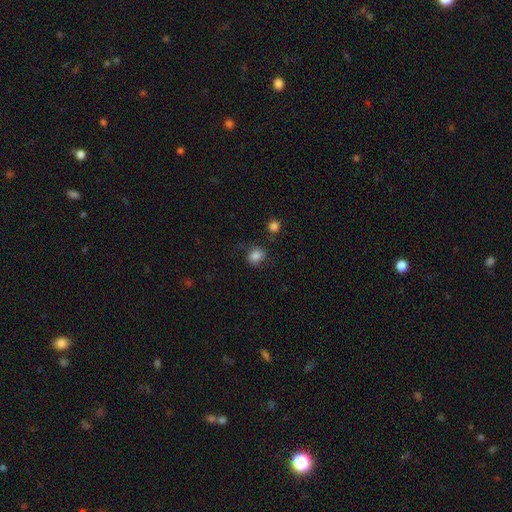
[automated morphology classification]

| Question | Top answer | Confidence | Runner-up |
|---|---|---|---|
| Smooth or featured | smooth | 83% | star or artifact (11%) |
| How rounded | round | 70% | in between (30%) |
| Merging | none | 73% | minor disturbance (17%) |